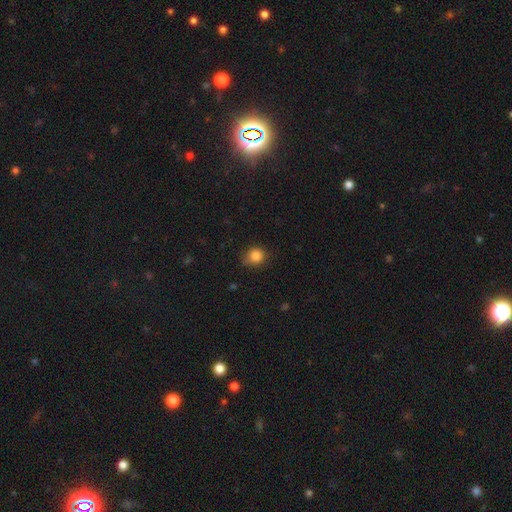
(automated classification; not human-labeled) smooth-or-featured: smooth: 85% | star or artifact: 11% | featured or disk: 4%
  how-rounded: round: 83% | in between: 16% | cigar-shaped: 1%
  merging: none: 71% | minor disturbance: 23% | major disturbance: 5% | merger: 1%